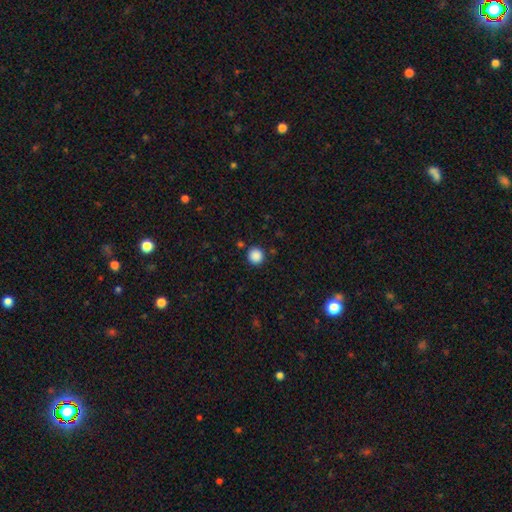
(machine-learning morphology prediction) A smooth galaxy with no disk features (87%) that is round (94%). Merging: none (89%).